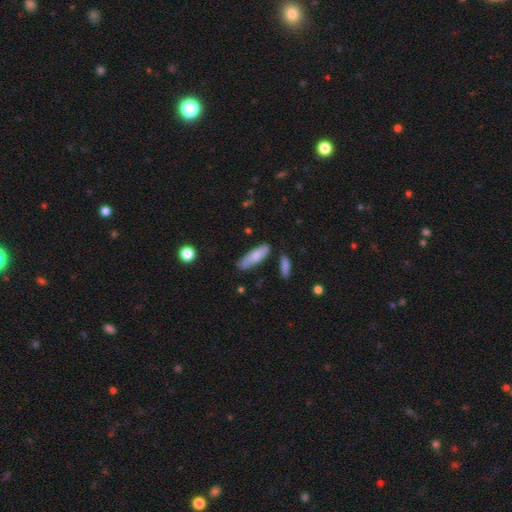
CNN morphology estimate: A smooth galaxy with no disk features (77%) that is cigar-shaped (53%). Merging: none (73%).